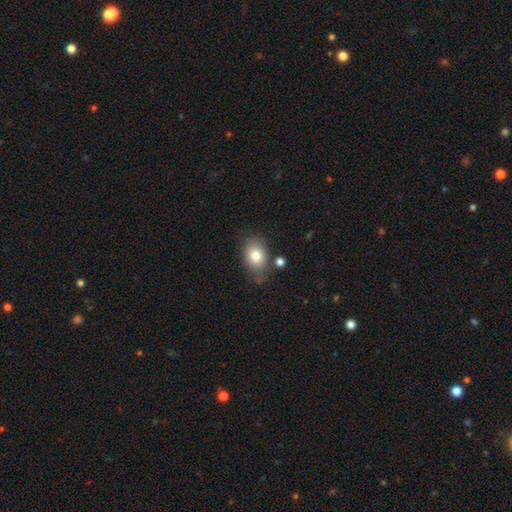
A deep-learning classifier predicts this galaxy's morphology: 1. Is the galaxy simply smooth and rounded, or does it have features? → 78% smooth, 12% featured or disk, 9% star or artifact.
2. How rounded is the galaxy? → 73% in between, 26% round, 1% cigar-shaped.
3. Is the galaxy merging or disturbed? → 68% none, 19% minor disturbance, 6% merger, 6% major disturbance.